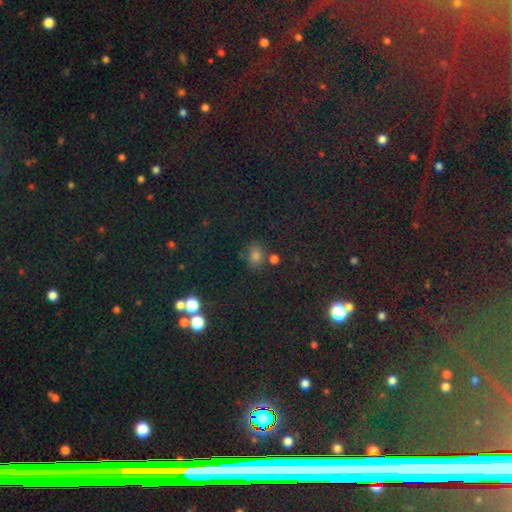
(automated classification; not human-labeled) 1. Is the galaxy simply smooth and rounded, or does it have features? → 69% smooth, 24% star or artifact, 7% featured or disk.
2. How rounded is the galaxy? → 63% round, 35% in between, 1% cigar-shaped.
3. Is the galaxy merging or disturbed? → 73% none, 13% minor disturbance, 9% merger, 5% major disturbance.